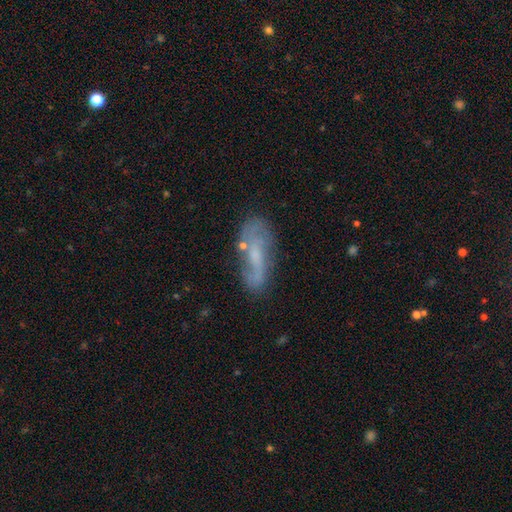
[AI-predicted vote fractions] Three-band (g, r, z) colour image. It shows a featured or disk galaxy (57%). Merging: none (62%).